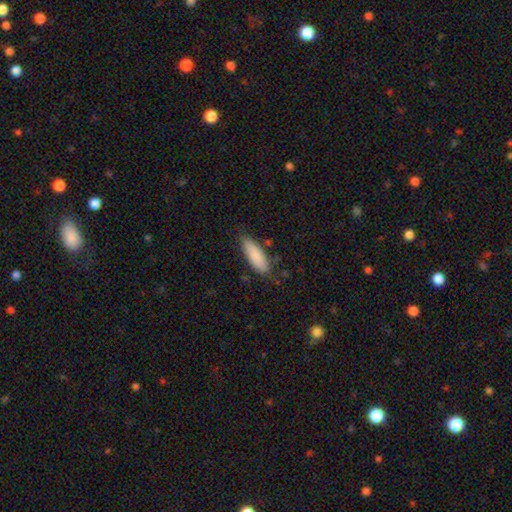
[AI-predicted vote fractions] smooth_or_featured: smooth (p=0.86) [alt: featured or disk p=0.08]
how_rounded: in between (p=0.60) [alt: cigar-shaped p=0.39]
merging: none (p=0.80) [alt: minor disturbance p=0.15]